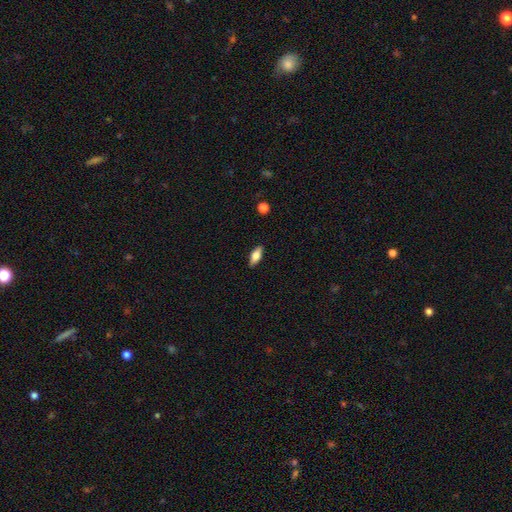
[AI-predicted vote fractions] Smooth or featured? Predicted: smooth (p=0.65). How rounded? Predicted: in between (p=0.76). Merging? Predicted: none (p=0.88).